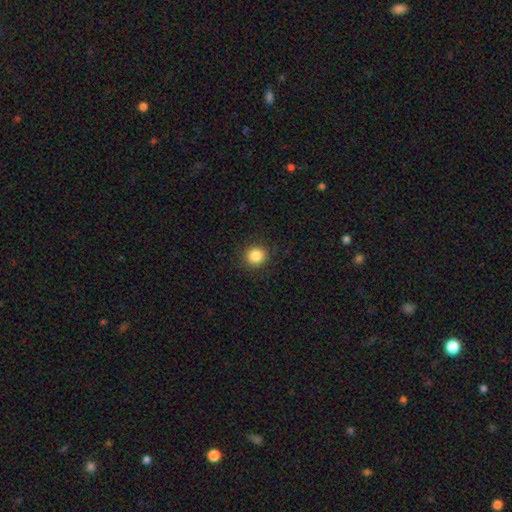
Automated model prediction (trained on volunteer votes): A smooth galaxy with no disk features (85%) that is round (92%).

Vote fractions:
- Smooth or featured? smooth: 85% / star or artifact: 11% / featured or disk: 4%
- How rounded? round: 92% / in between: 7% / cigar-shaped: 1%
- Merging? none: 91% / minor disturbance: 6% / major disturbance: 2% / merger: 1%